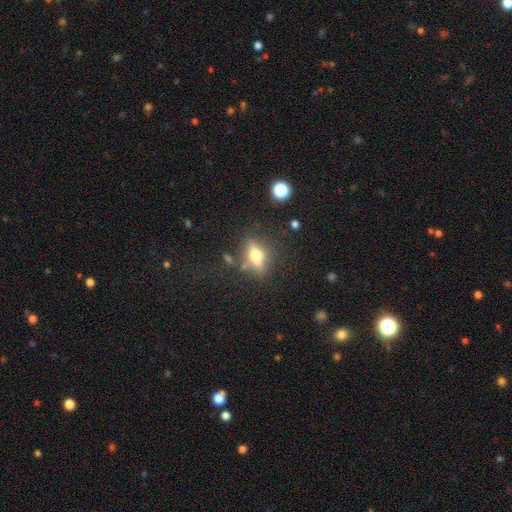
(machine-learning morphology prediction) A smooth galaxy with no disk features (51%) that is in between round and cigar-shaped (66%). Merging: none (72%).